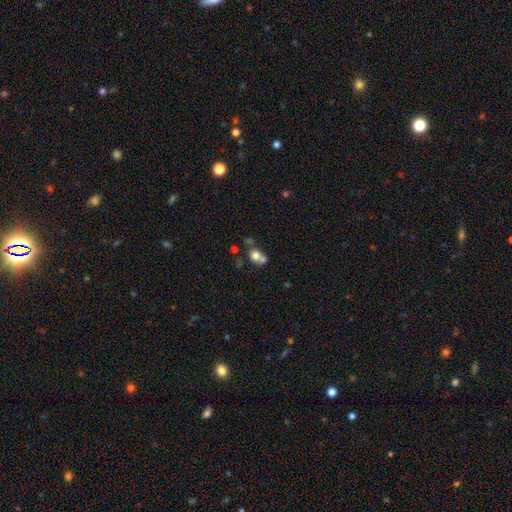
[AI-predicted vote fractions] Morphology: type=smooth (71%); roundness=round (61%); merging=merger (51%).